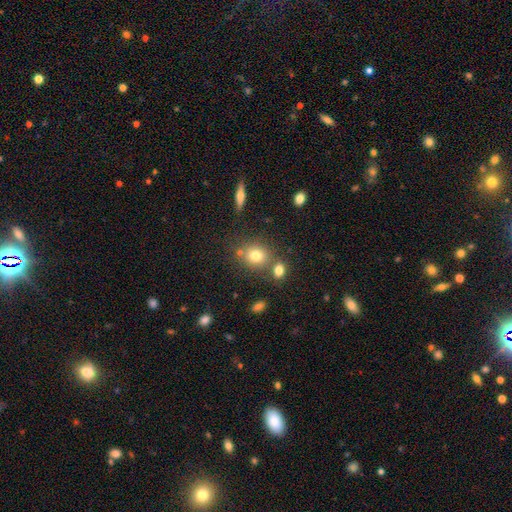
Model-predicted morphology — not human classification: The model was most divided on "how rounded": round: 67%, in between: 32%, cigar-shaped: 1%. More confident: smooth or featured — smooth (75%); merging — none (67%).